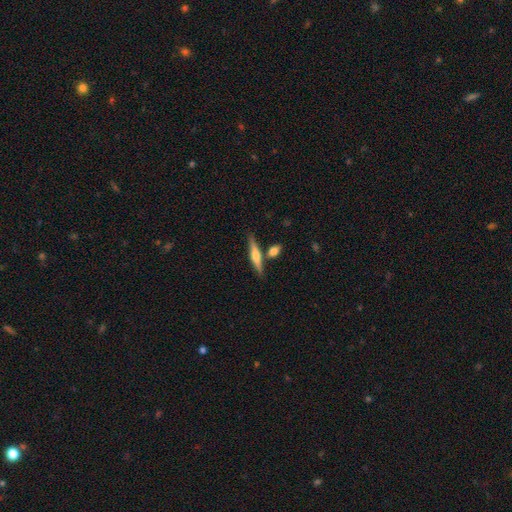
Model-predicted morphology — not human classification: type=featured or disk (55%); edge-on=yes (96%); edge-on bulge=rounded (84%); merging=none (76%).